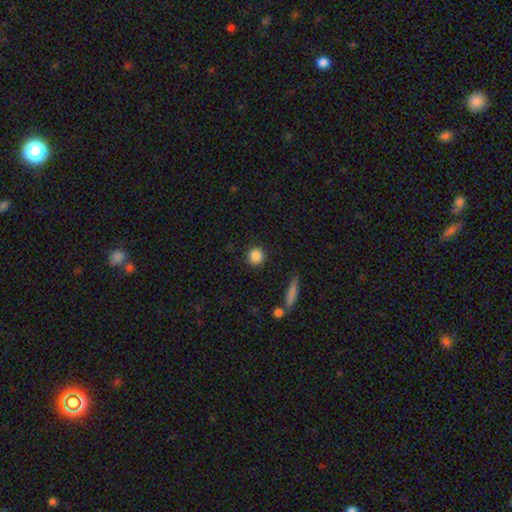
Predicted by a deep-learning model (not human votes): smooth_or_featured: smooth (p=0.86) [alt: star or artifact p=0.09]
how_rounded: round (p=0.93) [alt: in between p=0.06]
merging: none (p=0.88) [alt: minor disturbance p=0.08]